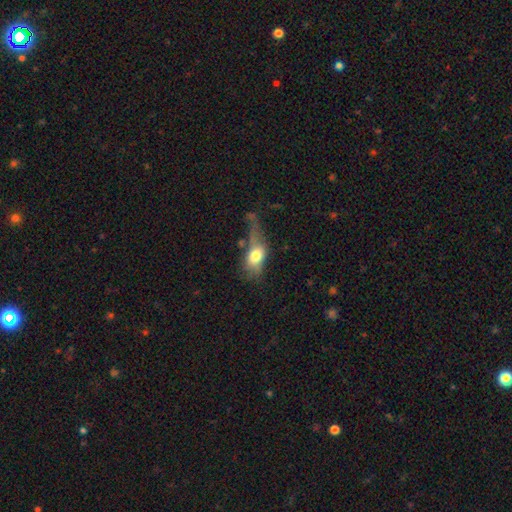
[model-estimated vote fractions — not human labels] Smooth or featured? smooth (68%)
How rounded? in between (79%)
Merging? major disturbance (41%)